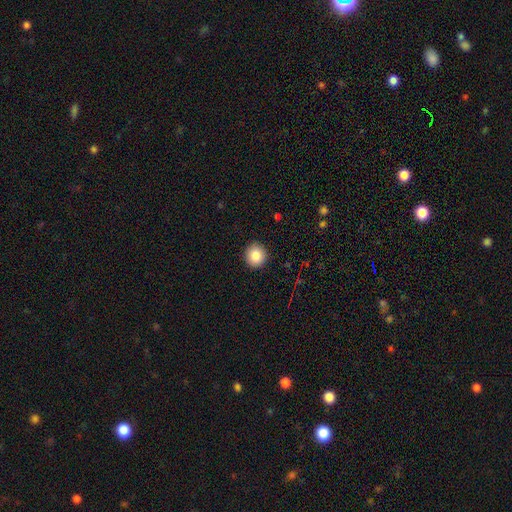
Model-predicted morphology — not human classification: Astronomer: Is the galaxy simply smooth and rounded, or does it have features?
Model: smooth — 84%.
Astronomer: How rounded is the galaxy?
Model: round — 91%.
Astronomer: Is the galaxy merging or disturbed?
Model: none — 92%.